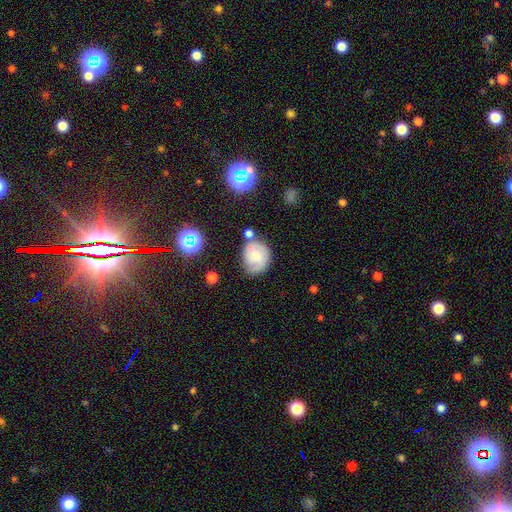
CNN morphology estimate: smooth_or_featured: featured or disk (p=0.51) [alt: smooth p=0.39]
disk_edge_on: no (p=0.97) [alt: yes p=0.03]
merging: none (p=0.59) [alt: minor disturbance p=0.23]